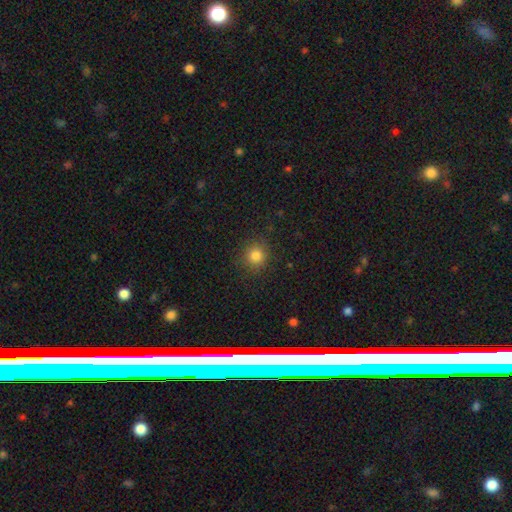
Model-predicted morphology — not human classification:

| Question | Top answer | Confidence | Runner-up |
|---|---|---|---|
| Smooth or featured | smooth | 82% | star or artifact (13%) |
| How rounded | round | 91% | in between (8%) |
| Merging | none | 88% | minor disturbance (8%) |